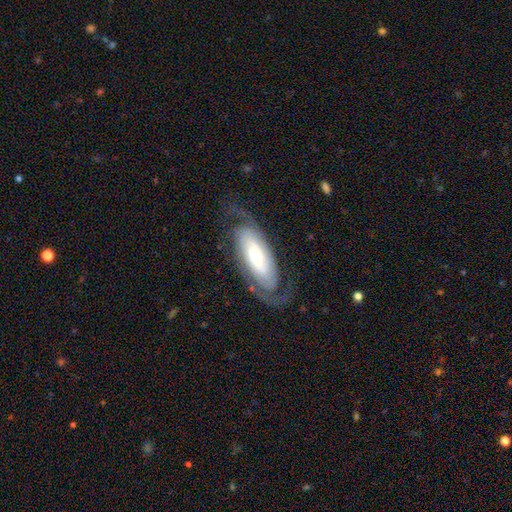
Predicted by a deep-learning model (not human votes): smooth_or_featured: featured or disk (p=0.79) [alt: smooth p=0.16]
disk_edge_on: no (p=0.91) [alt: yes p=0.09]
bar: no (p=0.55) [alt: weak p=0.27]
has_spiral_arms: yes (p=0.94) [alt: no p=0.06]
spiral_winding: medium (p=0.41) [alt: tight p=0.40]
spiral_arm_count: 2 (p=0.83) [alt: can't tell p=0.08]
bulge_size: large (p=0.31) [alt: moderate p=0.28]
merging: none (p=0.70) [alt: minor disturbance p=0.16]